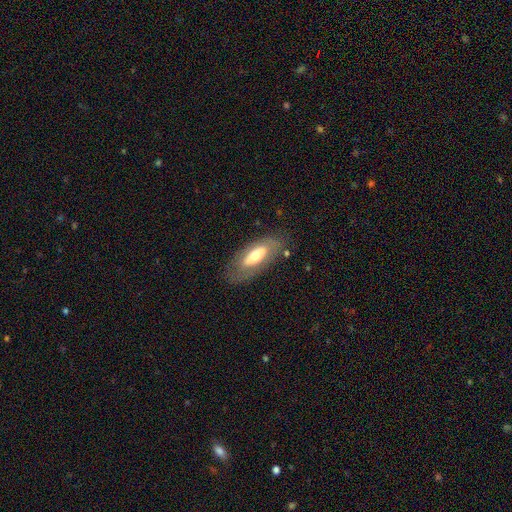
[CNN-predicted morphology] Smooth or featured?
  - featured or disk: 47% *
  - smooth: 46%
  - star or artifact: 6%
Merging?
  - none: 74% *
  - minor disturbance: 16%
  - major disturbance: 8%
  - merger: 2%